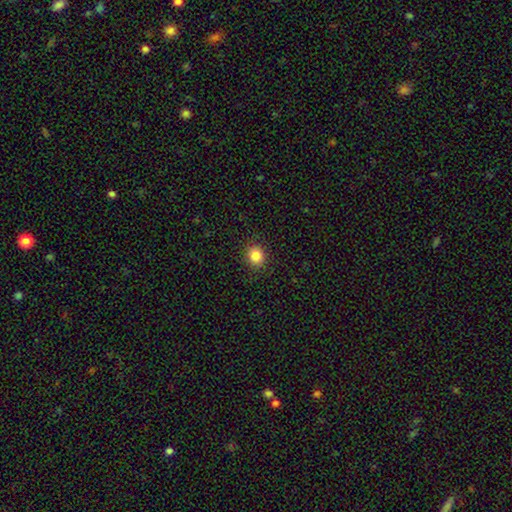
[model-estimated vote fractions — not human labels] Smooth or featured?
  - smooth: 84% *
  - star or artifact: 11%
  - featured or disk: 5%
How rounded?
  - round: 80% *
  - in between: 19%
  - cigar-shaped: 1%
Merging?
  - none: 90% *
  - minor disturbance: 7%
  - major disturbance: 2%
  - merger: 1%